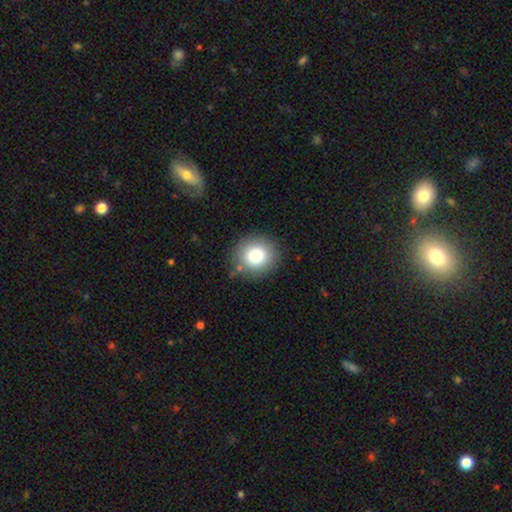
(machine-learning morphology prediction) Smooth or featured? smooth (81%)
How rounded? round (88%)
Merging? none (85%)